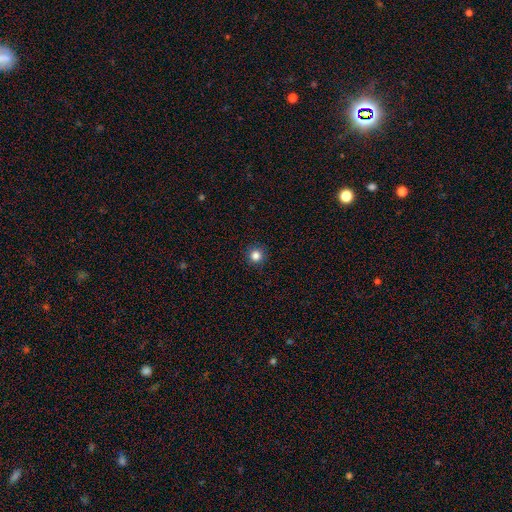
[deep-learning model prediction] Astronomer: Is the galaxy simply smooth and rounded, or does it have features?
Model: smooth — 83%.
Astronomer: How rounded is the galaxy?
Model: round — 95%.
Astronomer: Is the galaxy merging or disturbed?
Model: none — 92%.